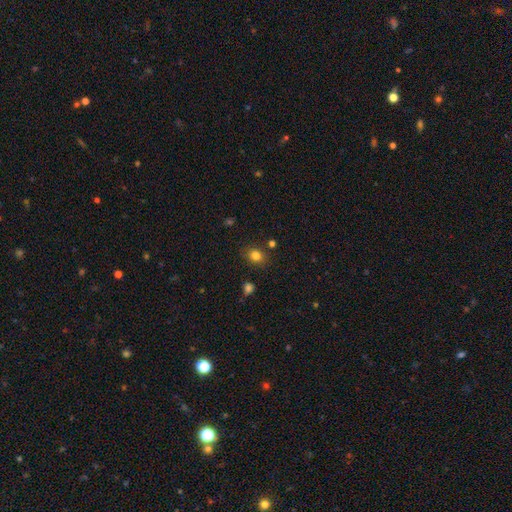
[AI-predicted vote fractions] The model was most divided on "how rounded": round: 58%, in between: 41%, cigar-shaped: 1%. More confident: merging — none (82%); smooth or featured — smooth (81%).